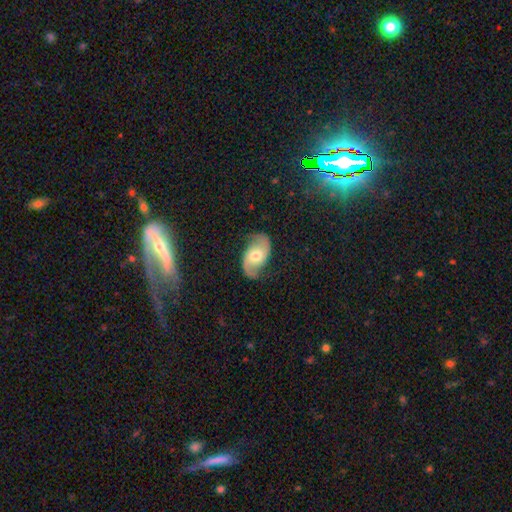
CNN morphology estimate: A featured or disk galaxy (82%) with no bar (61%), 2 (92%) loose (50%) spiral arms (95%) and a moderate central bulge (65%). Merging: none (76%).